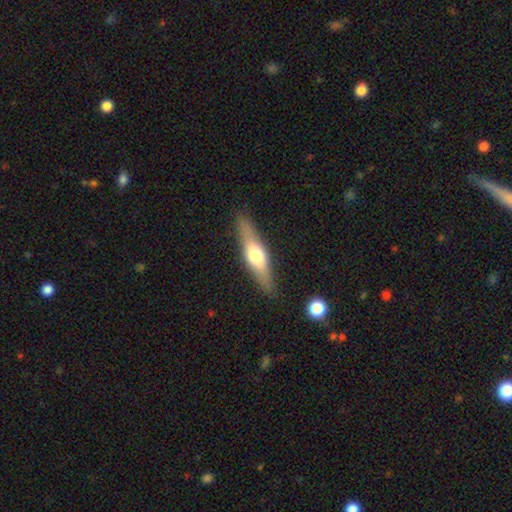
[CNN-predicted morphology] type=featured or disk (49%); merging=none (87%).